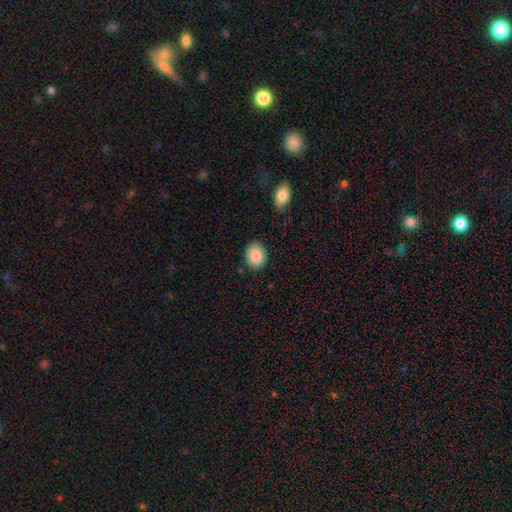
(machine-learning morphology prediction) This appears to be a smooth galaxy with no disk features (87%) that is round (53%). Merging: none (84%).